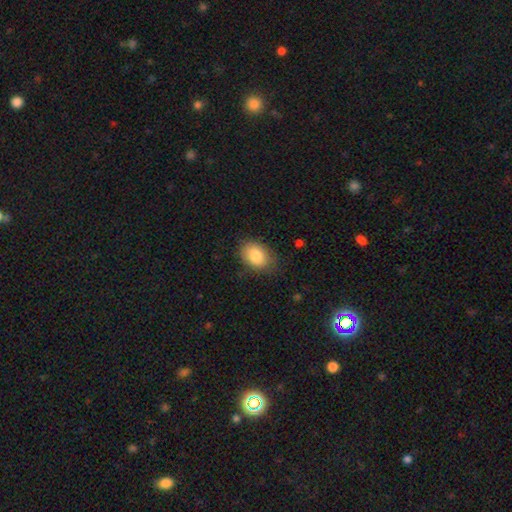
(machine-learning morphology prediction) The model was most divided on "how rounded": in between: 77%, round: 22%, cigar-shaped: 1%. More confident: smooth or featured — smooth (84%); merging — none (75%).